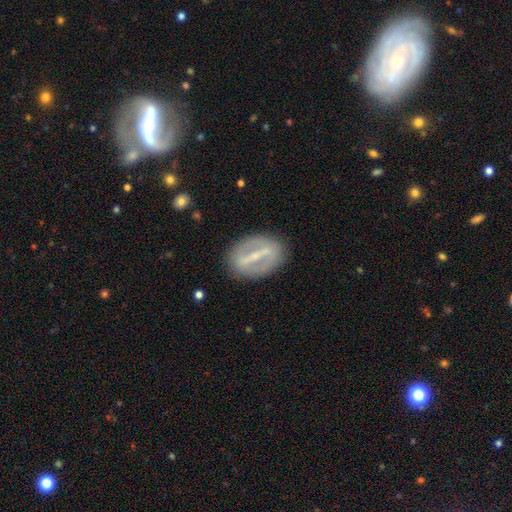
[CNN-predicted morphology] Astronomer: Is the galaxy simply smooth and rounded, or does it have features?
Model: featured or disk — 71%.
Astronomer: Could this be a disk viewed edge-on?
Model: no — 85%.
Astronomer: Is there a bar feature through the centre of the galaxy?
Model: strong — 81%.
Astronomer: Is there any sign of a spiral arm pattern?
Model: no — 69%.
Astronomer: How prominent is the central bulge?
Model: small — 55%.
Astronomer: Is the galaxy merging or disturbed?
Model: none — 84%.